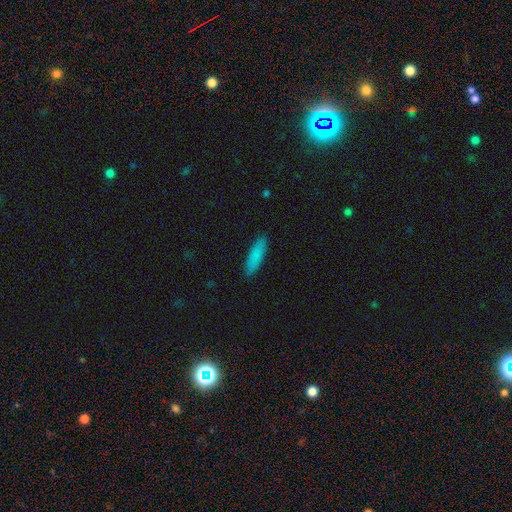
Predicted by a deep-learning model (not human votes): Smooth or featured? smooth (84%)
How rounded? cigar-shaped (68%)
Merging? none (89%)